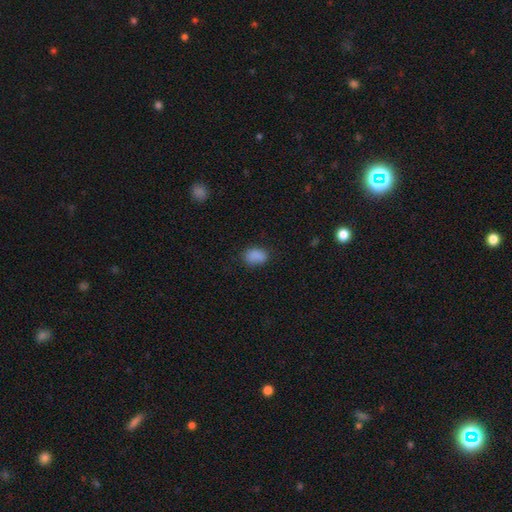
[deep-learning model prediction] The model was most divided on "merging": none: 75%, minor disturbance: 19%, major disturbance: 5%, merger: 2%. More confident: smooth or featured — smooth (86%); how rounded — in between (80%).